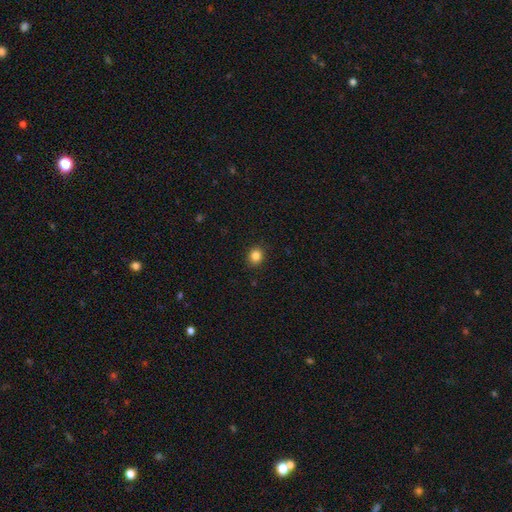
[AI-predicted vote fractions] The model was most divided on "how rounded": round: 76%, in between: 23%, cigar-shaped: 1%. More confident: merging — none (90%); smooth or featured — smooth (85%).